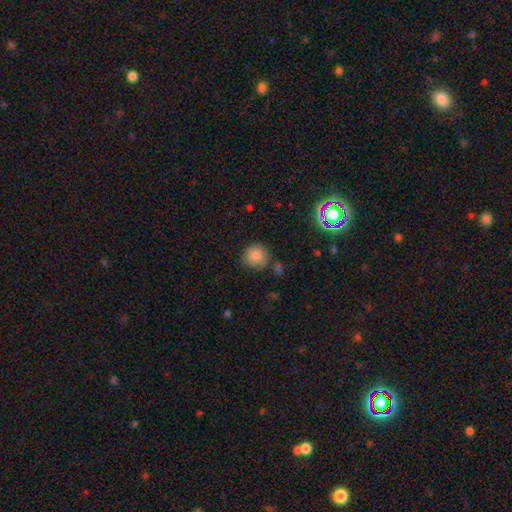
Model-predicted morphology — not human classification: A smooth galaxy with no disk features (83%) that is round (91%).

Vote fractions:
- Smooth or featured? smooth: 83% / star or artifact: 11% / featured or disk: 6%
- How rounded? round: 91% / in between: 8% / cigar-shaped: 1%
- Merging? none: 76% / minor disturbance: 15% / merger: 5% / major disturbance: 4%